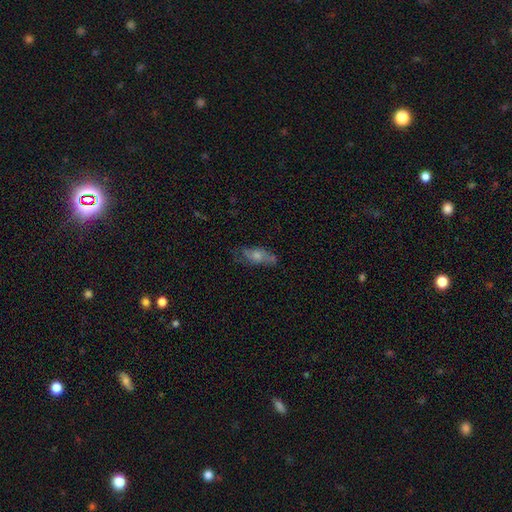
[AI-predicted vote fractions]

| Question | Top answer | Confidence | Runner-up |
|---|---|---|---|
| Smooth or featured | featured or disk | 48% | smooth (37%) |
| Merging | none | 67% | minor disturbance (21%) |